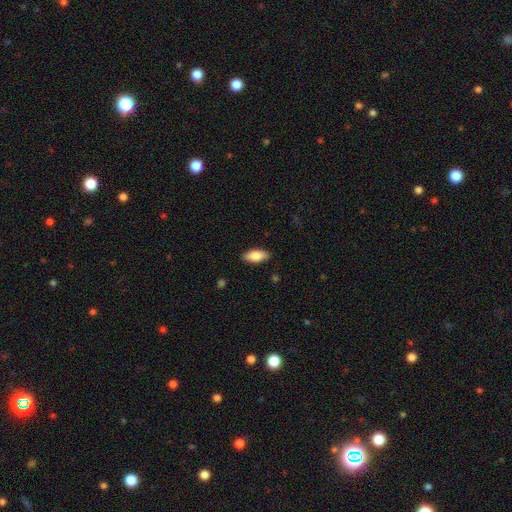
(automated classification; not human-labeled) smooth_or_featured: smooth (p=0.82) [alt: featured or disk p=0.12]
how_rounded: in between (p=0.86) [alt: cigar-shaped p=0.12]
merging: none (p=0.88) [alt: minor disturbance p=0.09]